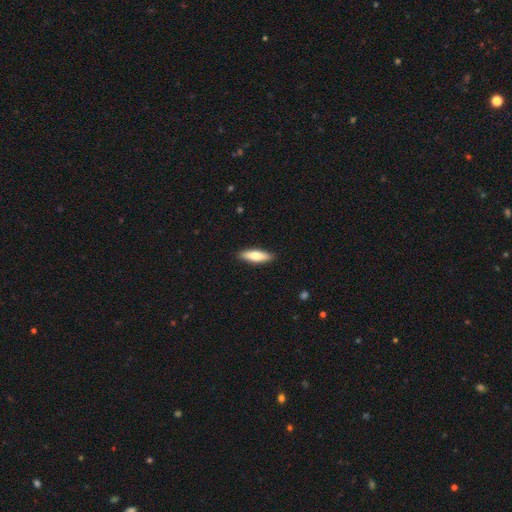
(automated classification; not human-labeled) smooth_or_featured: smooth (p=0.71) [alt: featured or disk p=0.23]
how_rounded: cigar-shaped (p=0.54) [alt: in between p=0.44]
merging: none (p=0.90) [alt: minor disturbance p=0.08]